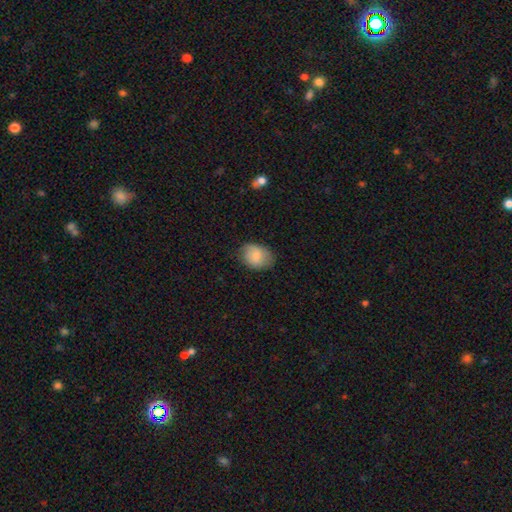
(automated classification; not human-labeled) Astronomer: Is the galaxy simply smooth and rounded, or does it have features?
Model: smooth — 79%.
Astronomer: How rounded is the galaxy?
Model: in between — 66%.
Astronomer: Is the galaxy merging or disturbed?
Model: none — 74%.